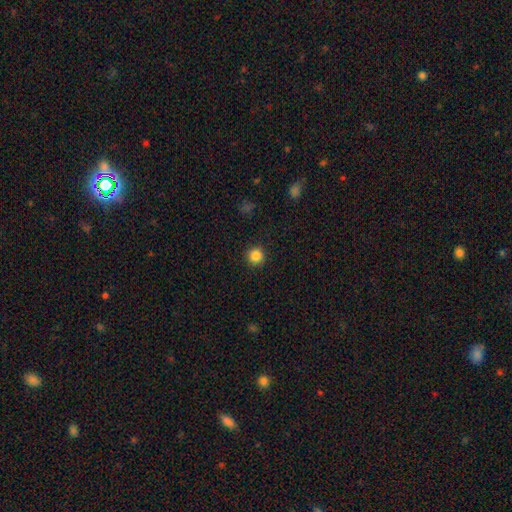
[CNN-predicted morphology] This is clearly a smooth galaxy (86%). How rounded: clearly round (95%). Merging: clearly none (92%).